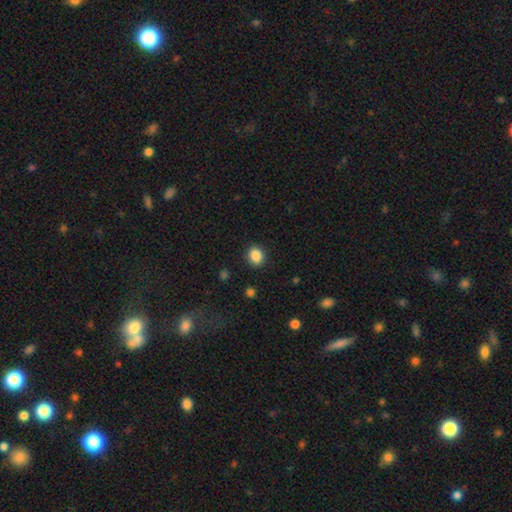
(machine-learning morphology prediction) type=smooth (87%); roundness=round (62%); merging=none (89%).